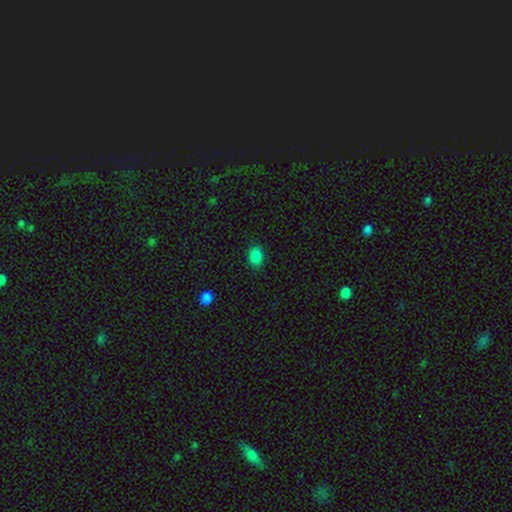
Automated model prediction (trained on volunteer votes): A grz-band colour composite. It shows a smooth galaxy with no disk features (86%) that is in between round and cigar-shaped (75%). Merging: none (86%).